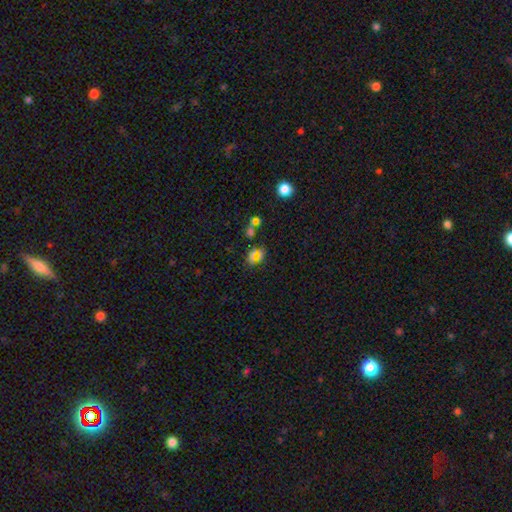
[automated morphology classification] A smooth galaxy with no disk features (47%).

Vote fractions:
- Smooth or featured? smooth: 47% / star or artifact: 34% / featured or disk: 19%
- Merging? none: 45% / merger: 28% / minor disturbance: 15% / major disturbance: 11%